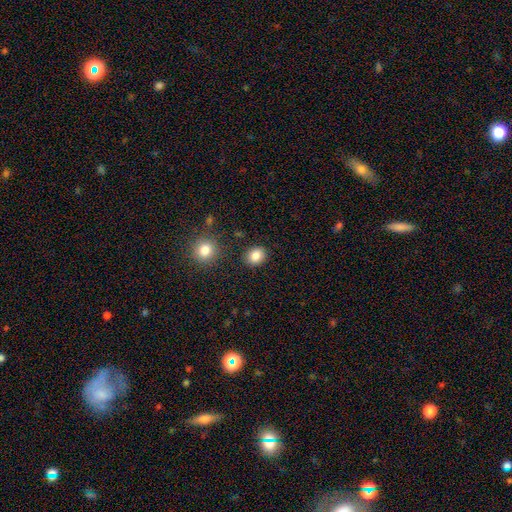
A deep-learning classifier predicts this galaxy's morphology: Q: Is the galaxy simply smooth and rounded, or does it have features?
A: smooth — 85%.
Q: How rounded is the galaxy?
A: round — 60%.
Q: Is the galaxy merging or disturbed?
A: none — 87%.